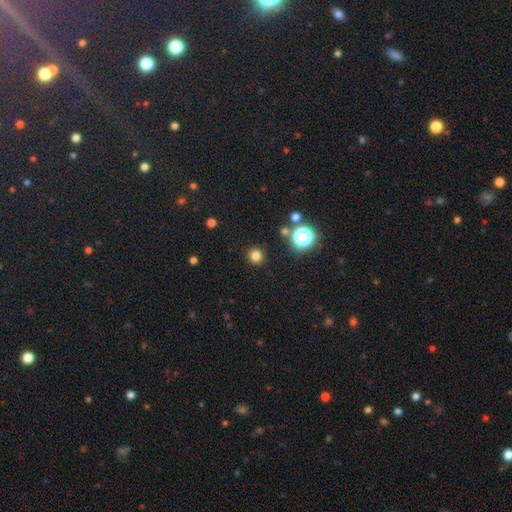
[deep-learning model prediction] smooth-or-featured: smooth: 79% | star or artifact: 17% | featured or disk: 4%
  how-rounded: round: 93% | in between: 6% | cigar-shaped: 1%
  merging: none: 91% | minor disturbance: 5% | major disturbance: 2% | merger: 2%